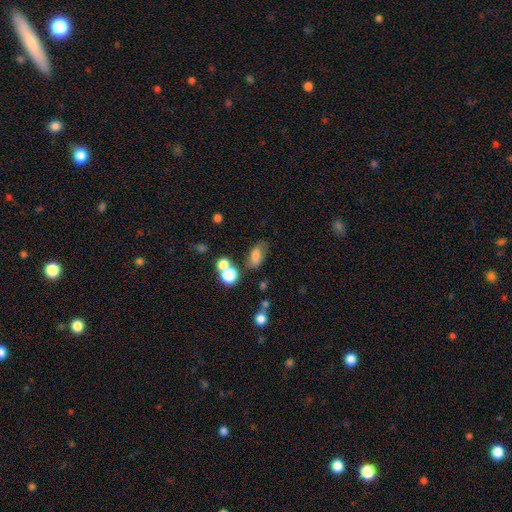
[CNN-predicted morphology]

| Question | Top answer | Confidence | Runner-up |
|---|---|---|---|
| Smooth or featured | smooth | 75% | featured or disk (12%) |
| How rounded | in between | 85% | round (12%) |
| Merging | none | 57% | minor disturbance (20%) |